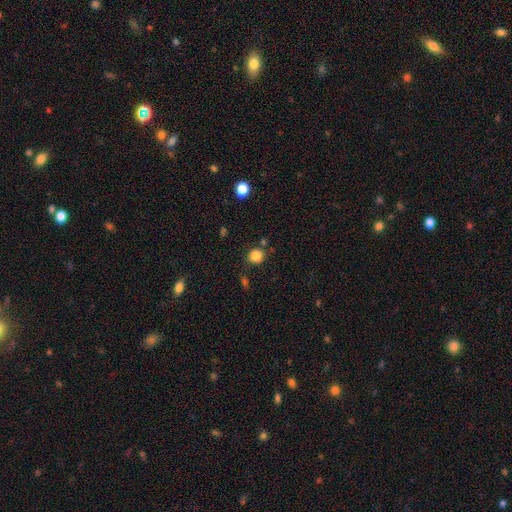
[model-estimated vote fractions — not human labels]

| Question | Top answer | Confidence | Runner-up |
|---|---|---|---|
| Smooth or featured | smooth | 84% | star or artifact (11%) |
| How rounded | round | 84% | in between (15%) |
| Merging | none | 79% | minor disturbance (11%) |